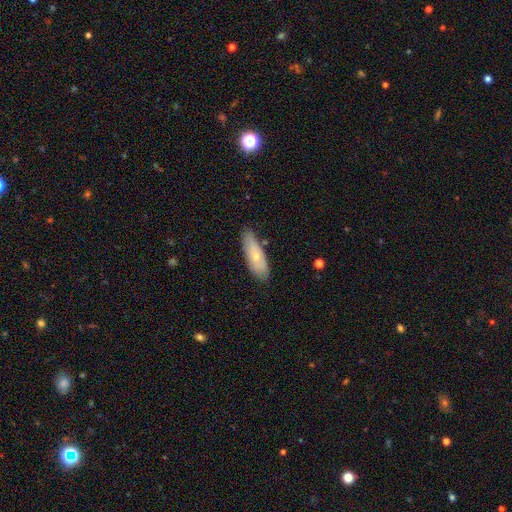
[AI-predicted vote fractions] Smooth or featured: smooth — 64% (featured or disk — 30%)
How rounded: in between — 58% (cigar-shaped — 40%)
Merging: none — 75% (minor disturbance — 19%)